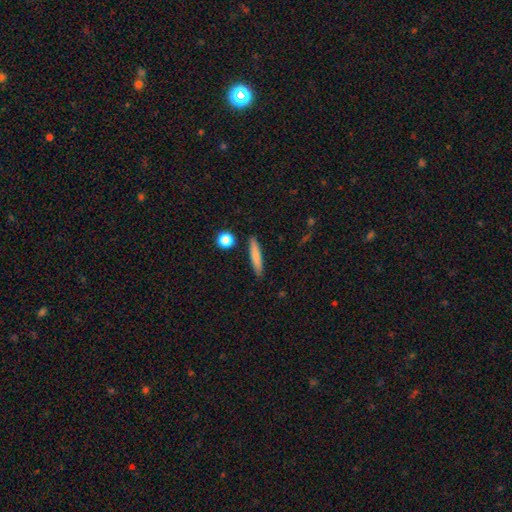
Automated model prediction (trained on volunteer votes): This is likely a smooth galaxy (75%). How rounded: clearly cigar-shaped (89%). Merging: clearly none (88%).